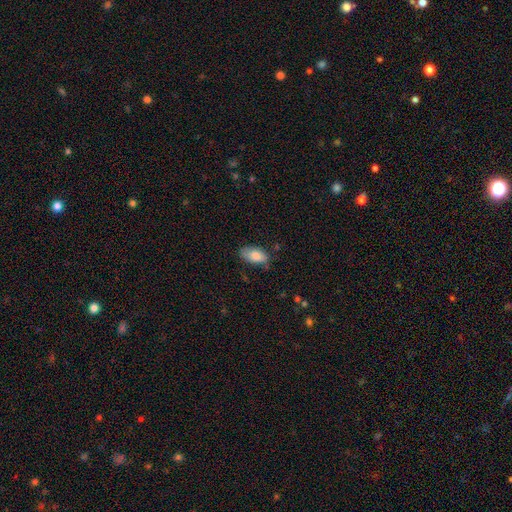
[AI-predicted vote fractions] Smooth or featured: smooth — 82% (featured or disk — 11%)
How rounded: in between — 93% (cigar-shaped — 4%)
Merging: none — 69% (minor disturbance — 24%)